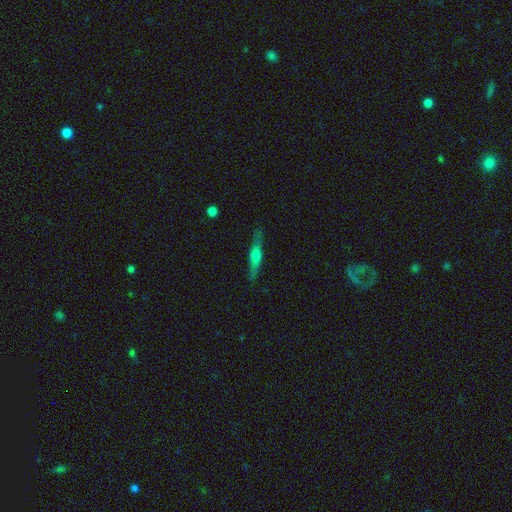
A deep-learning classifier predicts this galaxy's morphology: Smooth or featured?
  - featured or disk: 54% *
  - smooth: 39%
  - star or artifact: 7%
Edge-on disk?
  - yes: 94% *
  - no: 6%
Edge-on bulge?
  - rounded: 76% *
  - boxy: 15%
  - none: 9%
Merging?
  - none: 85% *
  - minor disturbance: 11%
  - major disturbance: 3%
  - merger: 1%